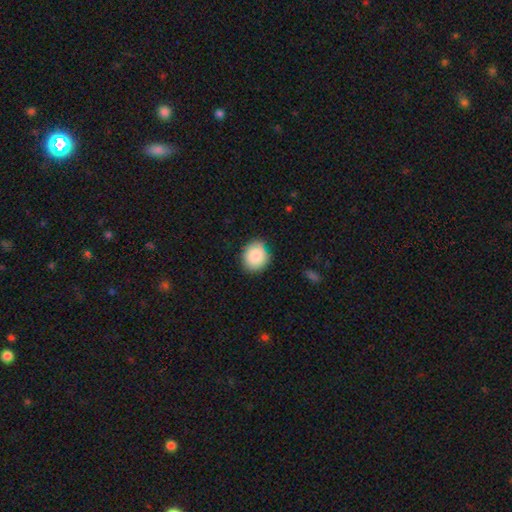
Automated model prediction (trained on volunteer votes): A smooth galaxy with no disk features (87%) that is round (72%).

Vote fractions:
- Smooth or featured? smooth: 87% / star or artifact: 8% / featured or disk: 6%
- How rounded? round: 72% / in between: 27% / cigar-shaped: 1%
- Merging? none: 78% / minor disturbance: 17% / major disturbance: 3% / merger: 2%